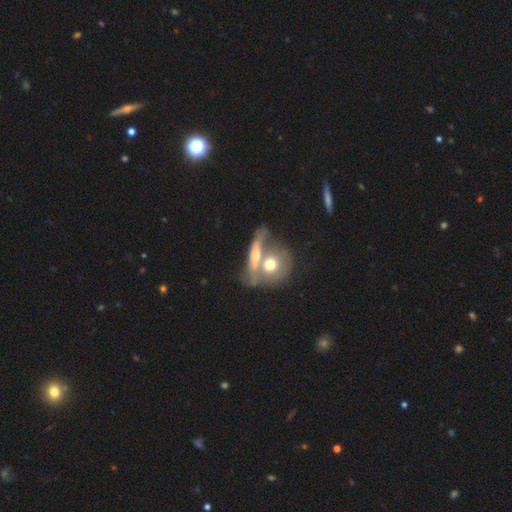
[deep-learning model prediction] This is possibly a smooth galaxy (50%). How rounded: marginally in between (44%). Merging: possibly merger (53%).